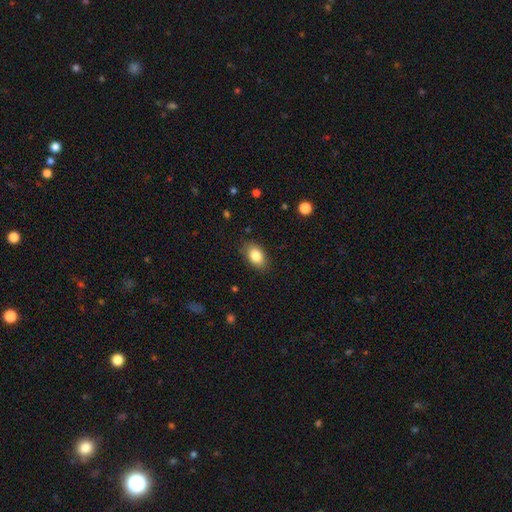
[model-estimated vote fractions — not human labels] Morphology: type=smooth (85%); roundness=in between (87%); merging=none (83%).